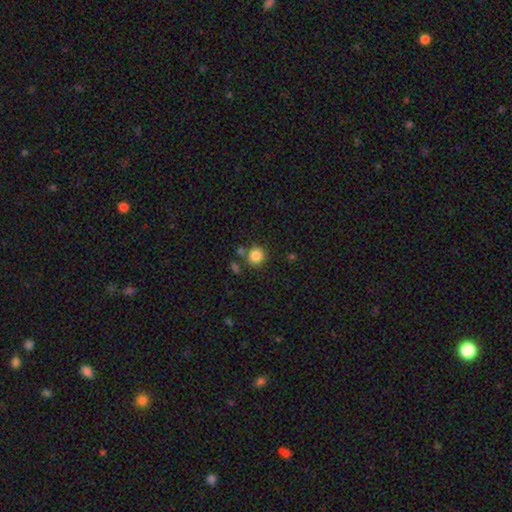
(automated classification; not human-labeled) Smooth or featured? Predicted: smooth (p=0.85). How rounded? Predicted: round (p=0.92). Merging? Predicted: none (p=0.78).